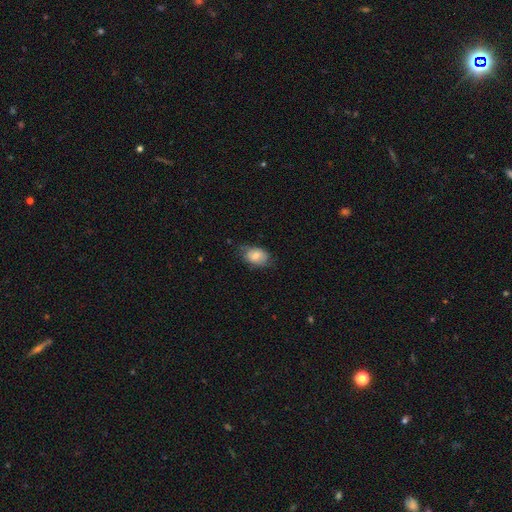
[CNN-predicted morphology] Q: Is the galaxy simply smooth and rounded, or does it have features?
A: smooth — 73%.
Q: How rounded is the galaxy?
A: in between — 83%.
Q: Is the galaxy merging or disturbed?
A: none — 62%.